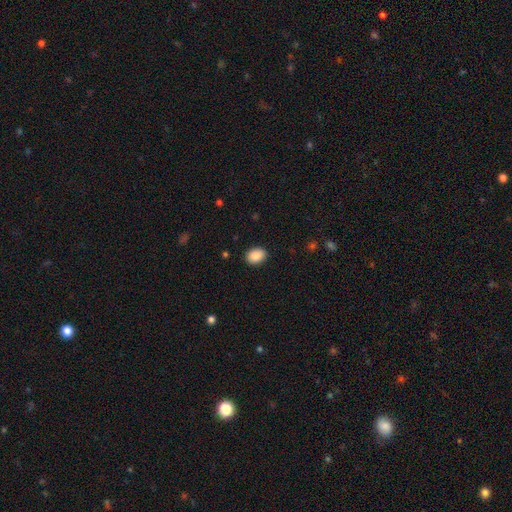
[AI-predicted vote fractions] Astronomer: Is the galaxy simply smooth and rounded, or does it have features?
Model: smooth — 89%.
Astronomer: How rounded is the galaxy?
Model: in between — 73%.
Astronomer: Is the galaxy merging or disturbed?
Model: none — 89%.